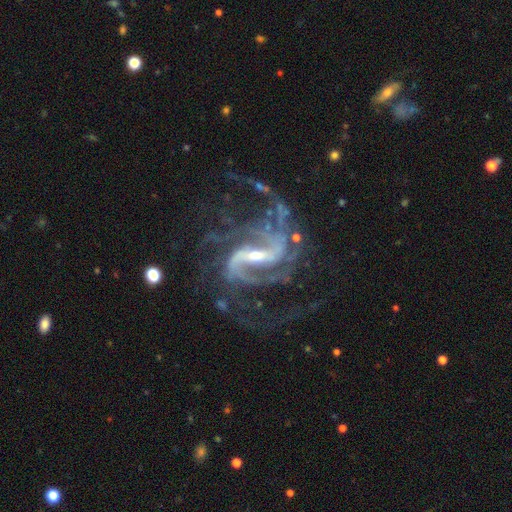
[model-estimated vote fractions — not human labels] smooth-or-featured: featured or disk: 92% | star or artifact: 6% | smooth: 2%
  disk-edge-on: no: 97% | yes: 3%
    bar: strong: 58% | weak: 32% | no: 10%
    has-spiral-arms: yes: 98% | no: 2%
      spiral-winding: medium: 48% | loose: 37% | tight: 15%
      spiral-arm-count: 2: 65% | 3: 11% | can't tell: 8% | 4: 6% | more than 4: 5% | 1: 5%
    bulge-size: small: 67% | moderate: 27% | none: 2% | large: 2% | dominant: 1%
  merging: none: 56% | major disturbance: 24% | minor disturbance: 17% | merger: 3%